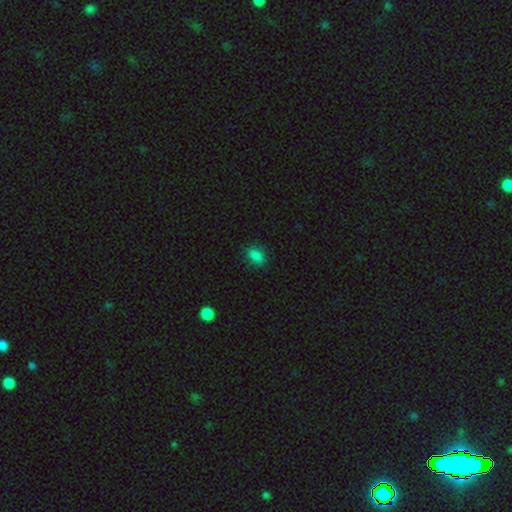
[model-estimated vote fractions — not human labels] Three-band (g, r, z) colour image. It shows a smooth galaxy with no disk features (84%) that is in between round and cigar-shaped (83%). Merging: none (77%).